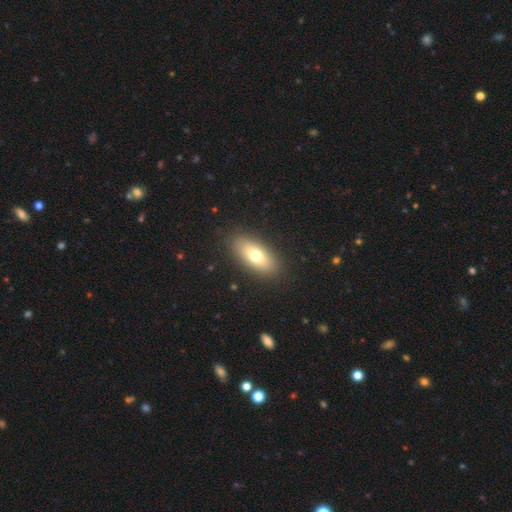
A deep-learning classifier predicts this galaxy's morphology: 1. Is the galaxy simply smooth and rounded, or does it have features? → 72% smooth, 20% featured or disk, 8% star or artifact.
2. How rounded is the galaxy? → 84% in between, 13% cigar-shaped, 4% round.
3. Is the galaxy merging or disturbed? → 88% none, 9% minor disturbance, 3% major disturbance, 1% merger.